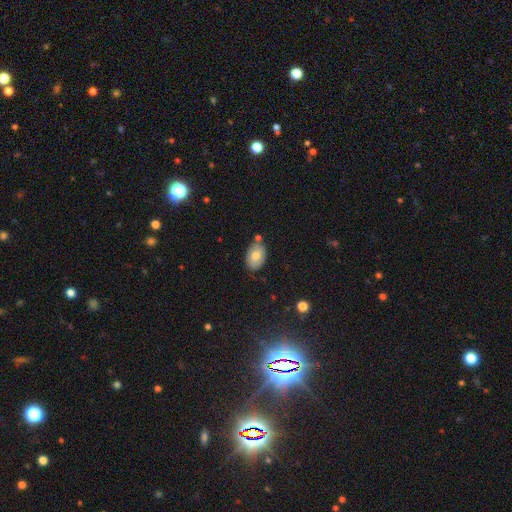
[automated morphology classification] This appears to be a smooth galaxy with no disk features (74%) that is in between round and cigar-shaped (87%). Merging: none (75%).